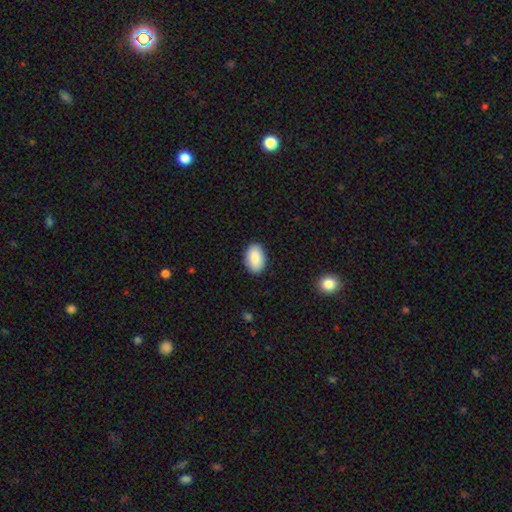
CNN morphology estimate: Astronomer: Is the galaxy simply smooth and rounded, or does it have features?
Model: smooth — 88%.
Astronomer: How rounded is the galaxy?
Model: in between — 92%.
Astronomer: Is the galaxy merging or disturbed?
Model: none — 89%.